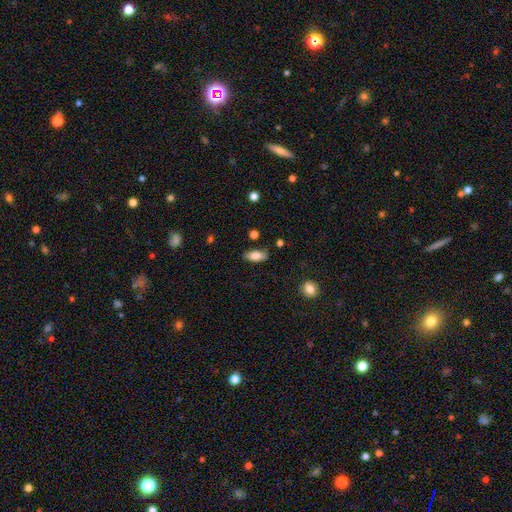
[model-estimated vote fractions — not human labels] Smooth or featured? Predicted: smooth (p=0.81). How rounded? Predicted: in between (p=0.84). Merging? Predicted: none (p=0.80).